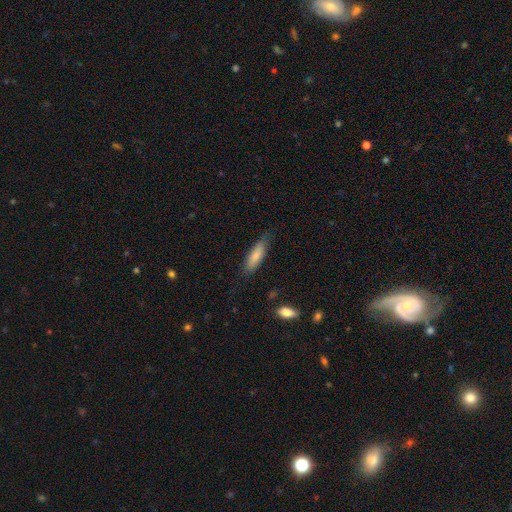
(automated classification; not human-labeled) This appears to be a smooth galaxy with no disk features (78%) that is cigar-shaped (58%). Merging: none (78%).